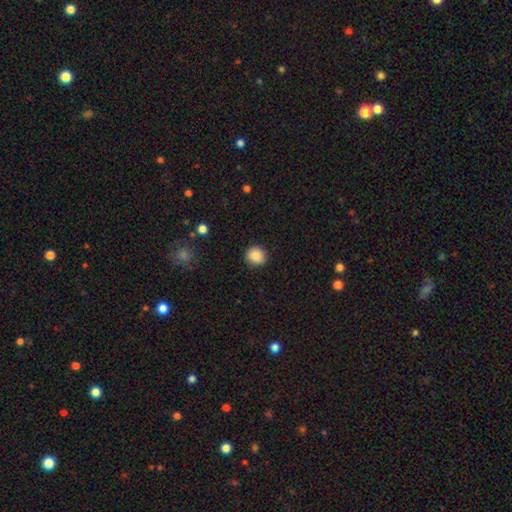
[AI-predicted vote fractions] The model was most divided on "how rounded": round: 86%, in between: 13%, cigar-shaped: 1%. More confident: merging — none (89%); smooth or featured — smooth (88%).